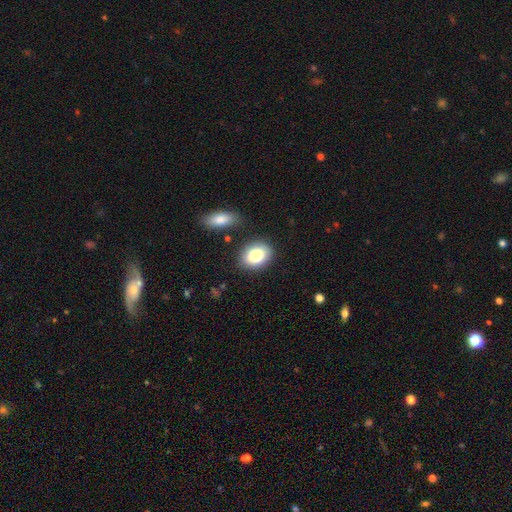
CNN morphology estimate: Overall: smooth (82%). How rounded: in between (69%; round 30%). Merging: none (81%).